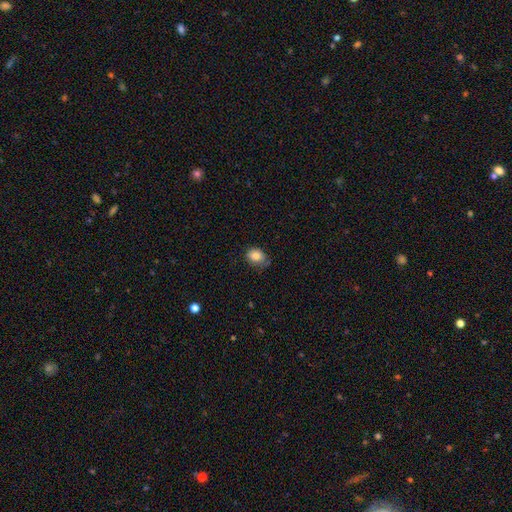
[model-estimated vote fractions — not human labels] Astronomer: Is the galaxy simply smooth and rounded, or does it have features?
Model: smooth — 84%.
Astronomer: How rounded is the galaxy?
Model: in between — 52% (runner-up: round, 47%).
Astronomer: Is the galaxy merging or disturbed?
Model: none — 65%.